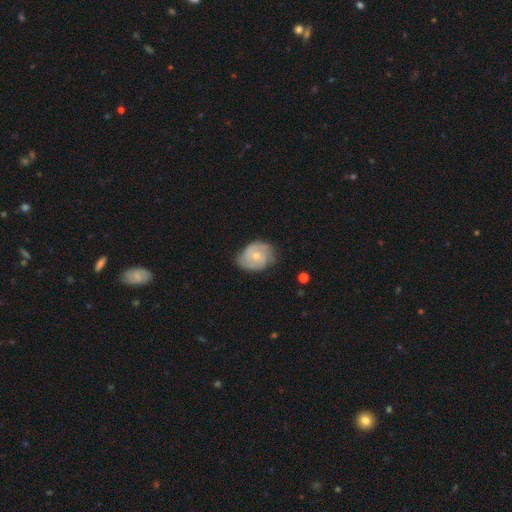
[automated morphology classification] Smooth or featured? featured or disk (68%)
Edge-on disk? no (97%)
Bar? no (72%)
Spiral arms? yes (89%)
Spiral winding? tight (52%)
Spiral arm count? 2 (54%)
Bulge size? small (50%)
Merging? none (68%)